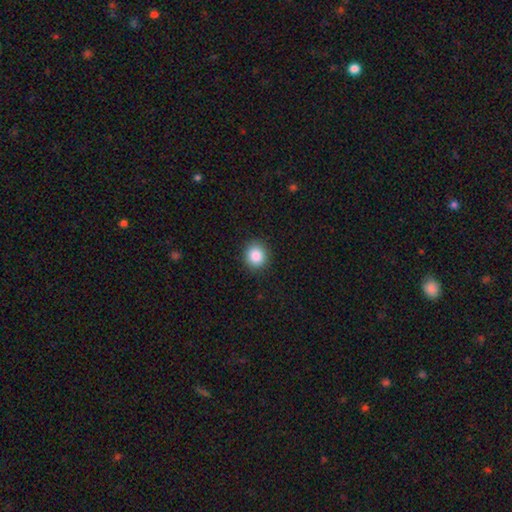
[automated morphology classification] Smooth or featured? Predicted: smooth (p=0.87). How rounded? Predicted: round (p=0.86). Merging? Predicted: none (p=0.91).